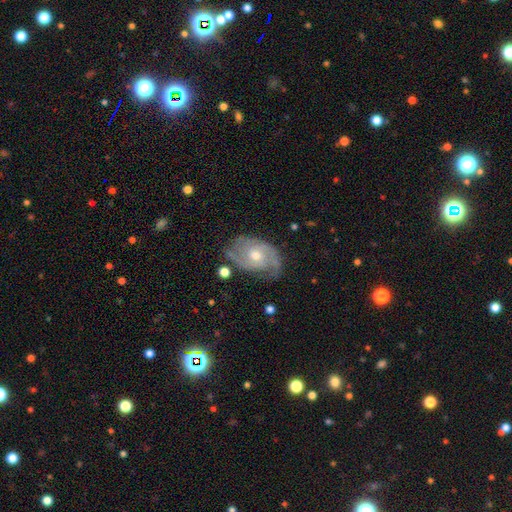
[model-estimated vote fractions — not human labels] smooth-or-featured: featured or disk: 82% | smooth: 11% | star or artifact: 7%
  disk-edge-on: no: 97% | yes: 3%
    bar: no: 69% | weak: 27% | strong: 4%
    has-spiral-arms: yes: 94% | no: 6%
      spiral-winding: tight: 45% | medium: 42% | loose: 13%
      spiral-arm-count: 2: 49% | can't tell: 21% | 3: 17% | 1: 5% | 4: 4% | more than 4: 3%
    bulge-size: moderate: 60% | small: 35% | large: 2% | none: 1% | dominant: 1%
  merging: none: 68% | minor disturbance: 22% | major disturbance: 8% | merger: 2%